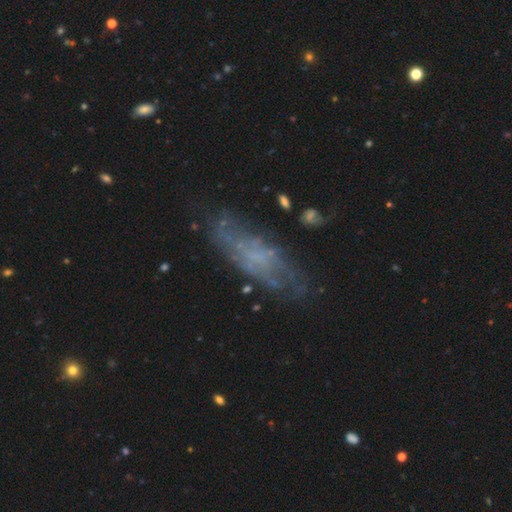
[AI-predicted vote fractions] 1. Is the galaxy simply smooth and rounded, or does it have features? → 57% featured or disk, 30% smooth, 12% star or artifact.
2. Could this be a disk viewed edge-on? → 83% no, 17% yes.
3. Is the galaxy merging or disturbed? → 62% none, 21% minor disturbance, 13% major disturbance, 3% merger.